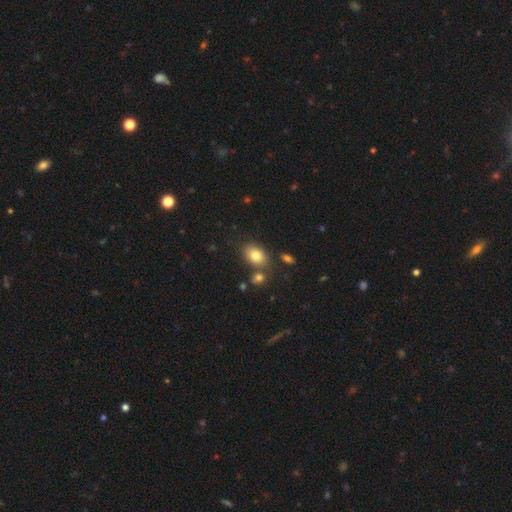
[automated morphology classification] Smooth or featured: smooth — 81% (featured or disk — 10%)
How rounded: in between — 81% (round — 17%)
Merging: none — 73% (merger — 12%)